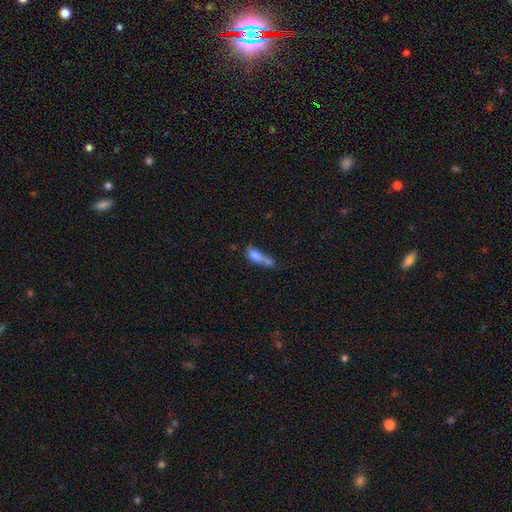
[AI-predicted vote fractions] Overall: smooth (70%). How rounded: in between (58%; cigar-shaped 37%). Merging: merger (46%; none 21%).